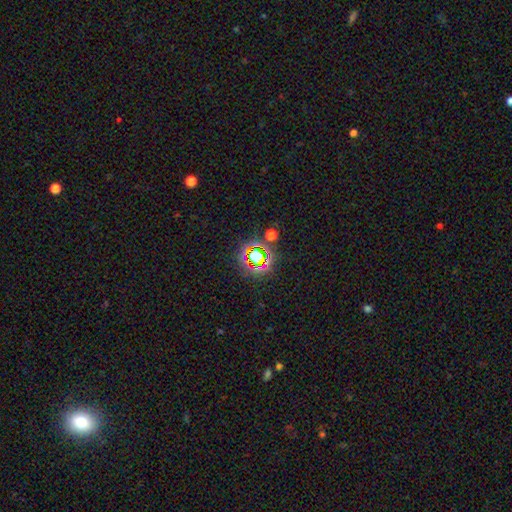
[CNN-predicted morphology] Q: Smooth or featured?
A: star or artifact (62%); runner-up: smooth (26%)